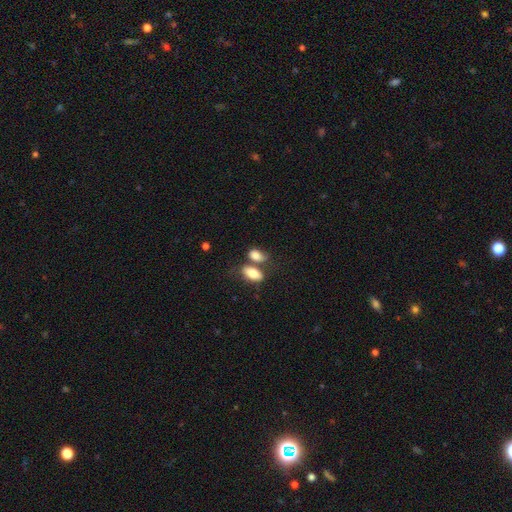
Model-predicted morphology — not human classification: Smooth or featured: smooth — 83% (featured or disk — 10%)
How rounded: in between — 87% (round — 9%)
Merging: none — 42% (merger — 37%)